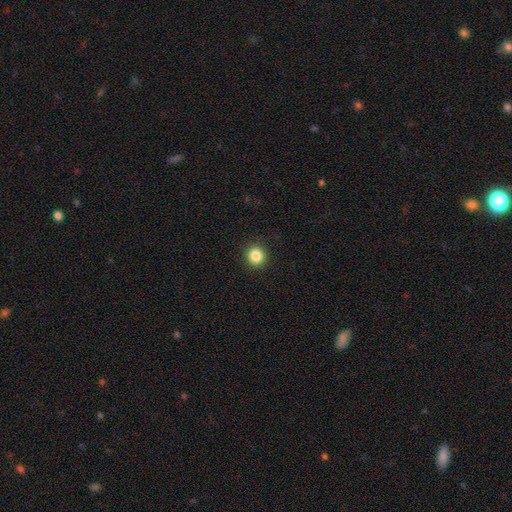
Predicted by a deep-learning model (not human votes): smooth-or-featured: smooth: 85% | star or artifact: 11% | featured or disk: 4%
  how-rounded: round: 92% | in between: 7% | cigar-shaped: 1%
  merging: none: 92% | minor disturbance: 5% | major disturbance: 2% | merger: 1%